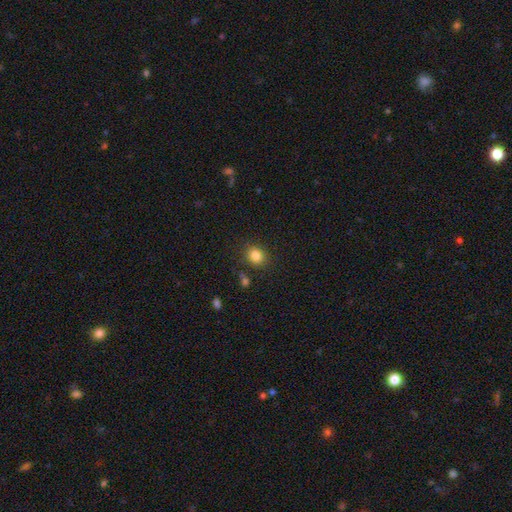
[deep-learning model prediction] The model was most divided on "how rounded": round: 72%, in between: 27%, cigar-shaped: 1%. More confident: merging — none (84%); smooth or featured — smooth (84%).